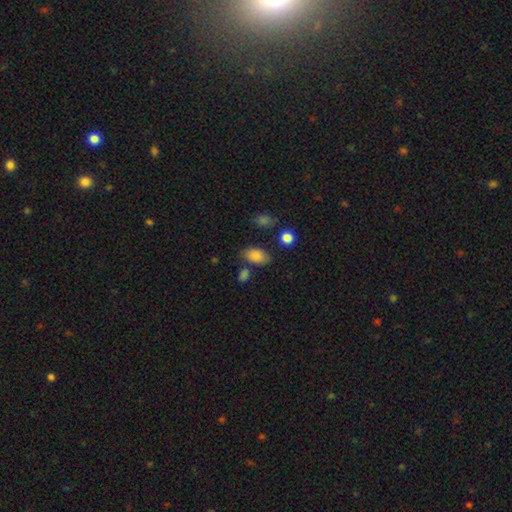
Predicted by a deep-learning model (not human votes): Q: Smooth or featured?
A: smooth (86%); runner-up: star or artifact (8%)
Q: How rounded?
A: in between (91%); runner-up: round (7%)
Q: Merging?
A: none (72%); runner-up: minor disturbance (15%)